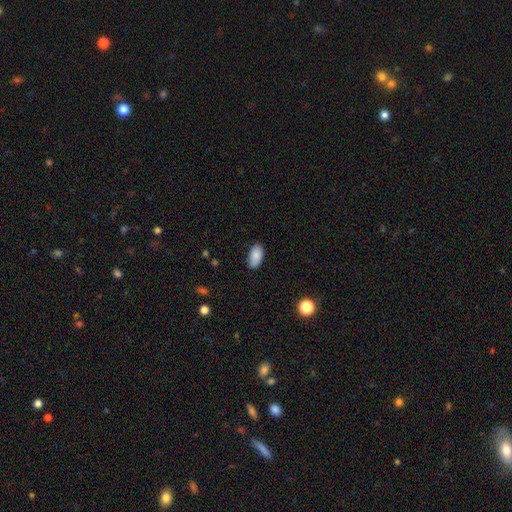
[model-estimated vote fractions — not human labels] The model was most divided on "merging": none: 84%, minor disturbance: 13%, major disturbance: 2%, merger: 1%. More confident: how rounded — in between (94%); smooth or featured — smooth (87%).